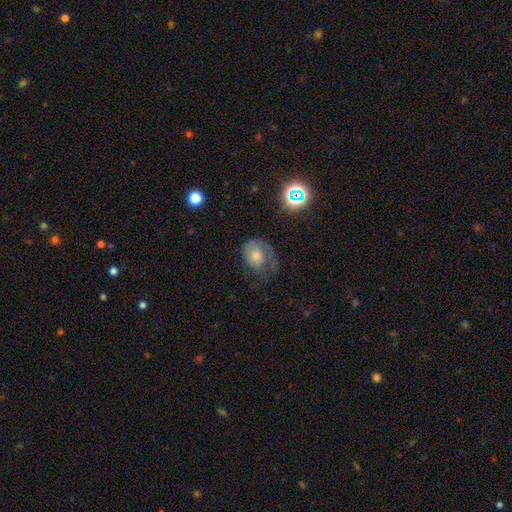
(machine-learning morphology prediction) Smooth or featured: featured or disk — 50% (smooth — 37%)
Edge-on disk: no — 96% (yes — 4%)
Merging: none — 45% (major disturbance — 28%)